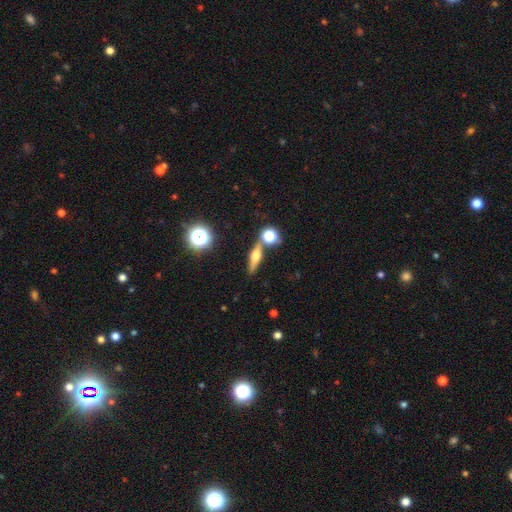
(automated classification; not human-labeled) featured or disk 53%, smooth 35%, star or artifact 12%. Down the decision tree: edge-on disk — yes (91%); merging — none (73%).